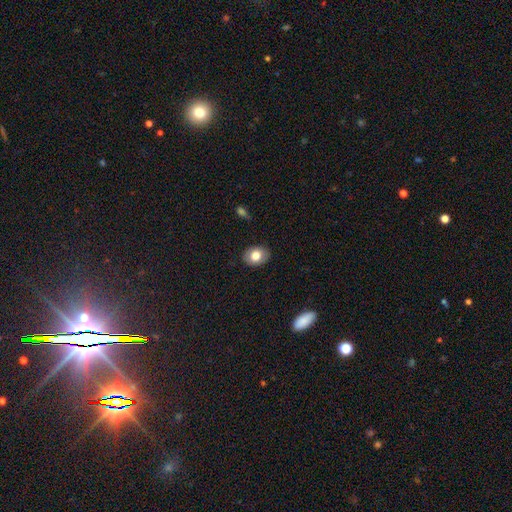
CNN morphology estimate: type=smooth (79%); roundness=in between (65%); merging=none (87%).